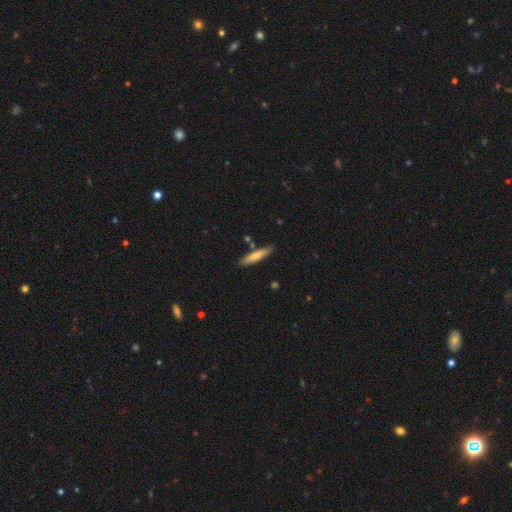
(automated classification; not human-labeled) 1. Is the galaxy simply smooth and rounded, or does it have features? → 74% smooth, 20% featured or disk, 5% star or artifact.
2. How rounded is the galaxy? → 84% cigar-shaped, 15% in between, 1% round.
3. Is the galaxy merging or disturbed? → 85% none, 10% minor disturbance, 3% merger, 2% major disturbance.